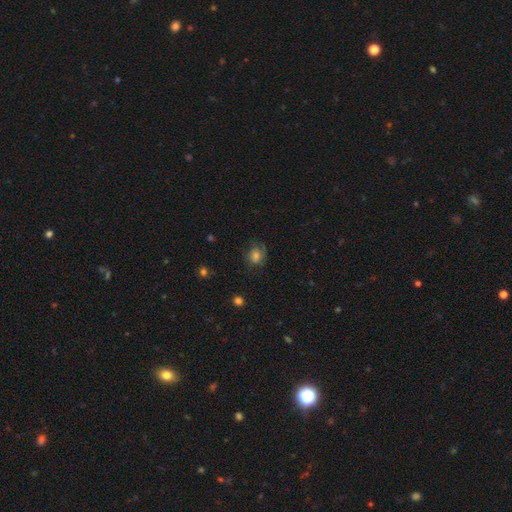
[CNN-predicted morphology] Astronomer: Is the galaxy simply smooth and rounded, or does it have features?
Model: smooth — 58%.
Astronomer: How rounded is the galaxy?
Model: round — 61% (runner-up: in between, 38%).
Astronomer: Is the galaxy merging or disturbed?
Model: none — 63%.